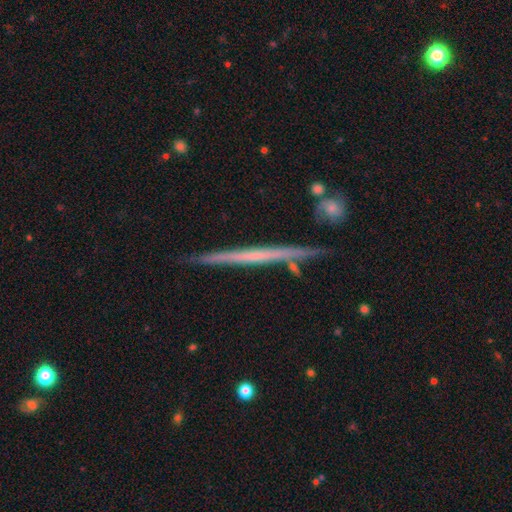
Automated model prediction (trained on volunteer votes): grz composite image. It shows a featured or disk galaxy (64%) viewed edge-on (98%) with no central bulge (87%). Merging: none (87%).